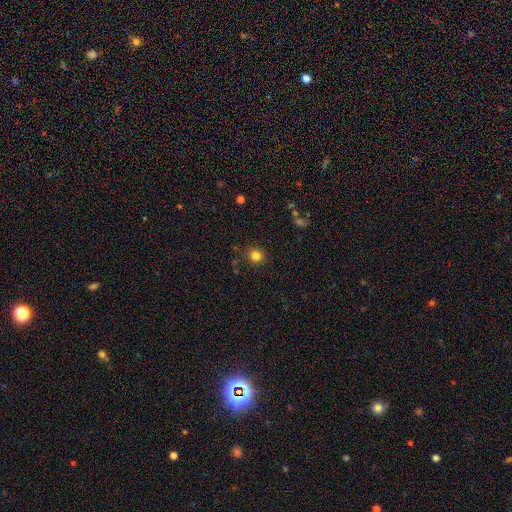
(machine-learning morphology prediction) A smooth galaxy with no disk features (82%) that is round (86%).

Vote fractions:
- Smooth or featured? smooth: 82% / star or artifact: 13% / featured or disk: 5%
- How rounded? round: 86% / in between: 13% / cigar-shaped: 1%
- Merging? none: 86% / minor disturbance: 9% / major disturbance: 3% / merger: 2%